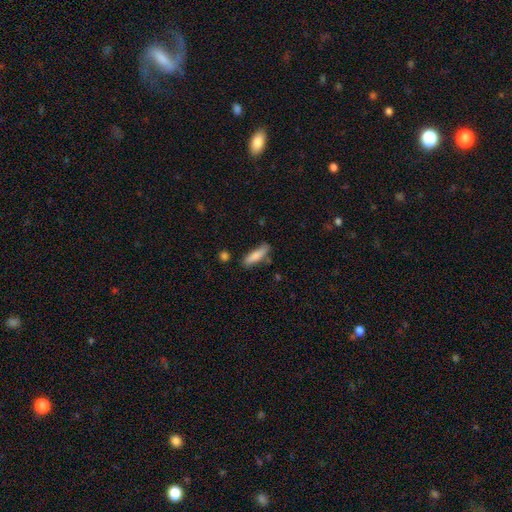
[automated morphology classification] Overall: smooth (78%). How rounded: cigar-shaped (68%; in between 30%). Merging: none (74%).